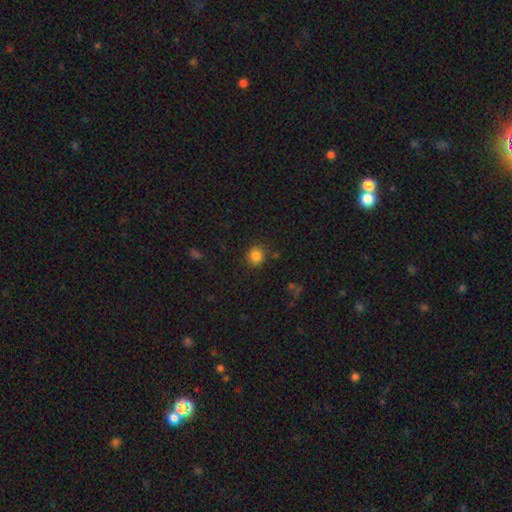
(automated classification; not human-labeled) Overall: smooth (84%). How rounded: round (85%). Merging: none (86%).